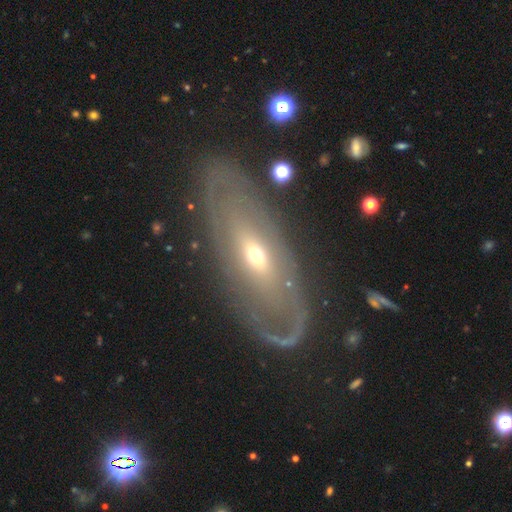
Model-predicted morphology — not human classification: The model was most divided on "smooth or featured": featured or disk: 63%, smooth: 27%, star or artifact: 11%. More confident: edge-on disk — no (76%); merging — none (65%).